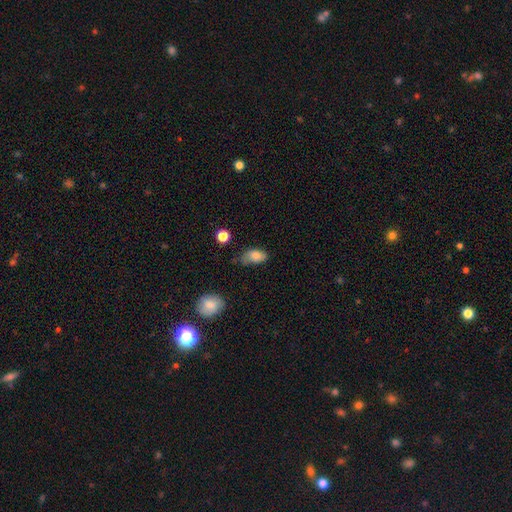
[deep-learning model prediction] smooth 82%, featured or disk 9%, star or artifact 9%. Down the decision tree: how rounded — in between (89%); merging — none (47%).